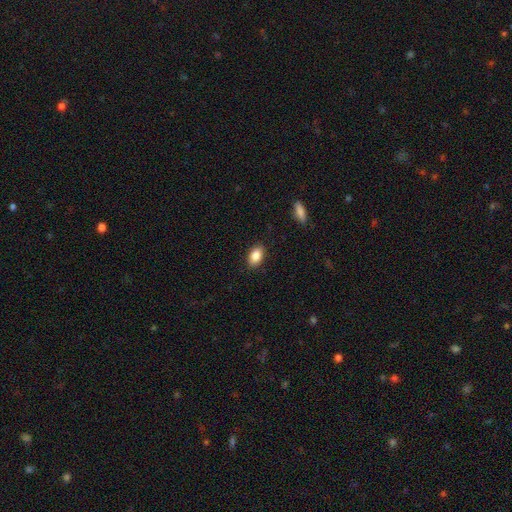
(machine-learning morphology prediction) smooth-or-featured: smooth: 87% | star or artifact: 8% | featured or disk: 6%
  how-rounded: in between: 90% | round: 8% | cigar-shaped: 2%
  merging: none: 88% | minor disturbance: 9% | major disturbance: 2% | merger: 1%